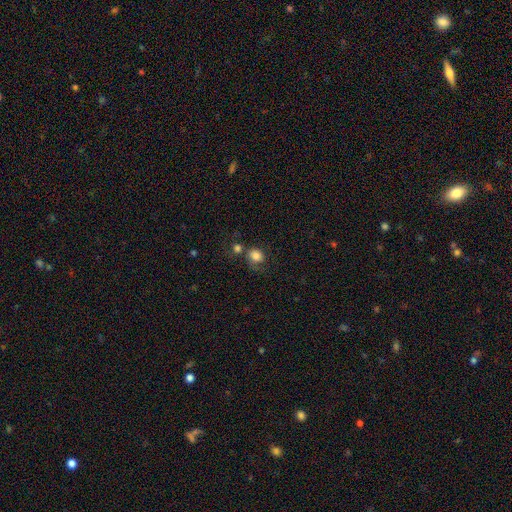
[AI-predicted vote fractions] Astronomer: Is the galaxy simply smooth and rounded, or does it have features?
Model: smooth — 80%.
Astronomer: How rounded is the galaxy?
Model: round — 67%.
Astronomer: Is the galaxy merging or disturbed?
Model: none — 43% (runner-up: merger, 25%).